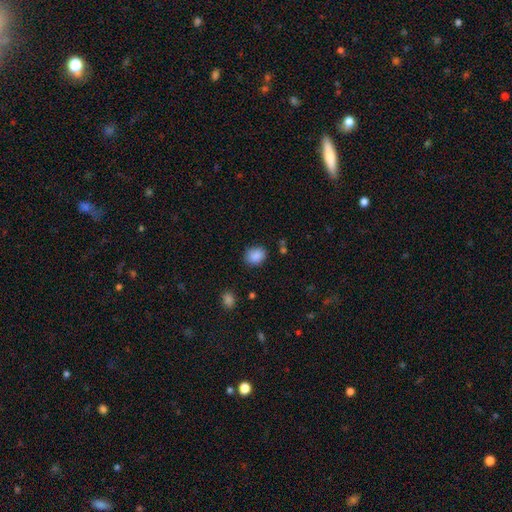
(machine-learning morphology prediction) The model was most divided on "how rounded": round: 53%, in between: 46%, cigar-shaped: 1%. More confident: smooth or featured — smooth (88%); merging — none (82%).